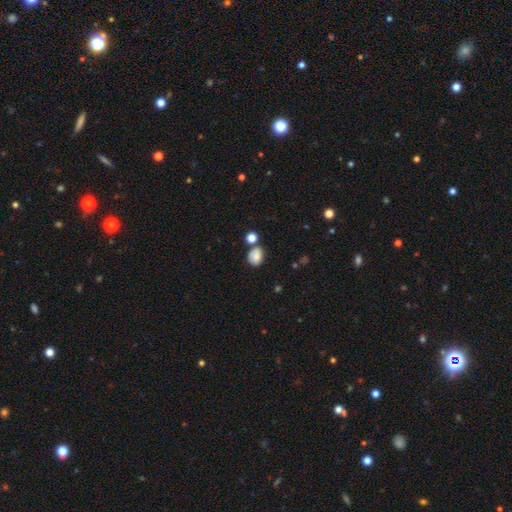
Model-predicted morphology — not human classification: The model was most divided on "how rounded": in between: 60%, round: 39%, cigar-shaped: 1%. More confident: smooth or featured — smooth (79%); merging — none (60%).